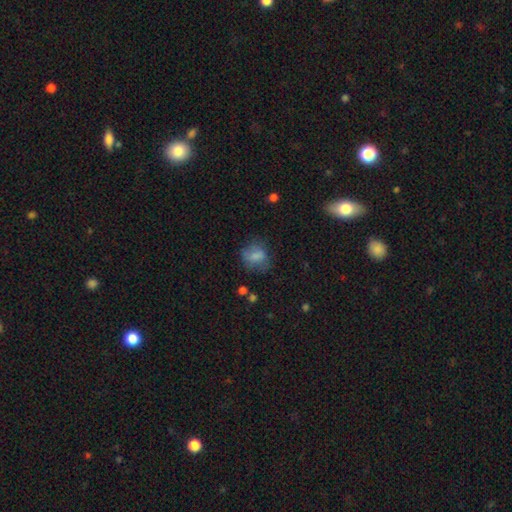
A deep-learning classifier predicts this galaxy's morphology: A smooth galaxy with no disk features (70%) that is round (51%). Merging: none (54%).